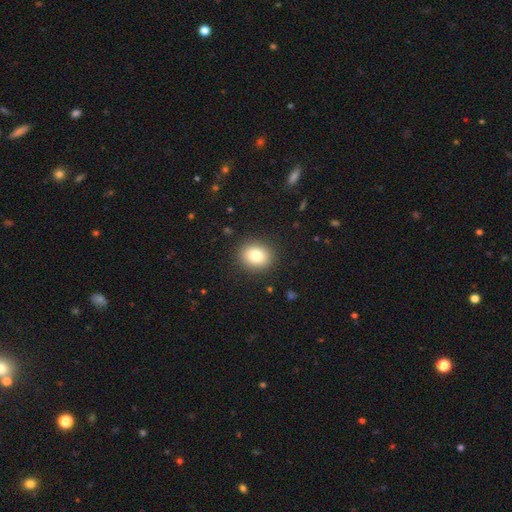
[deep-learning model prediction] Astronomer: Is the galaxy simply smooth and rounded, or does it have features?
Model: smooth — 81%.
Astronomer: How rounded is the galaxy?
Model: round — 65%.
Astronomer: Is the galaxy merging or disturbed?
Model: none — 89%.